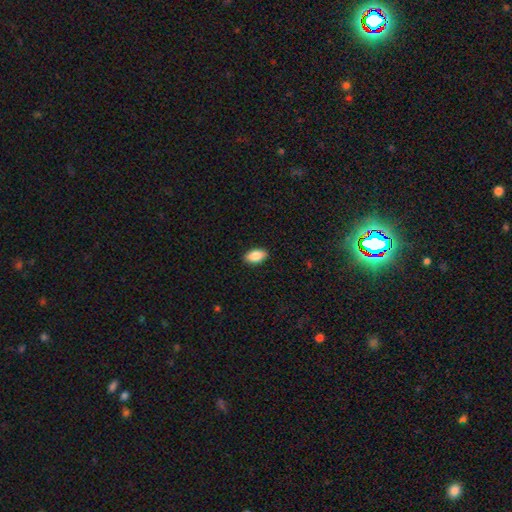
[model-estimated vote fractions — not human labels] A smooth galaxy with no disk features (86%) that is in between round and cigar-shaped (93%). Merging: none (90%).